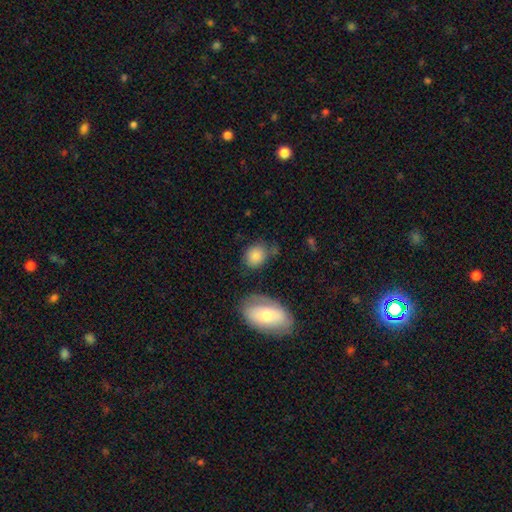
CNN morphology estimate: smooth 83%, featured or disk 9%, star or artifact 8%. Down the decision tree: how rounded — round (49%, tied with in between); merging — none (66%).